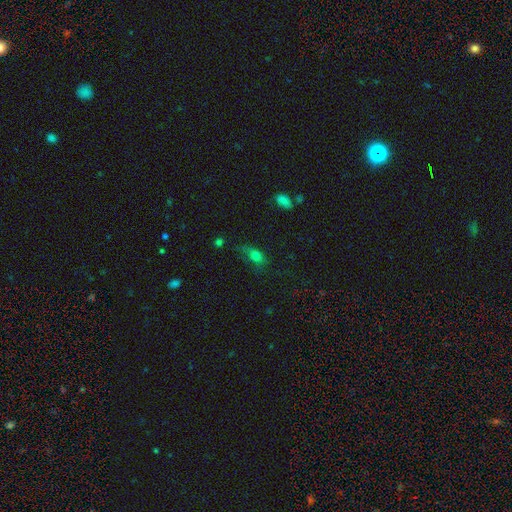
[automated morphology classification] type=smooth (69%); roundness=in between (74%); merging=none (45%).